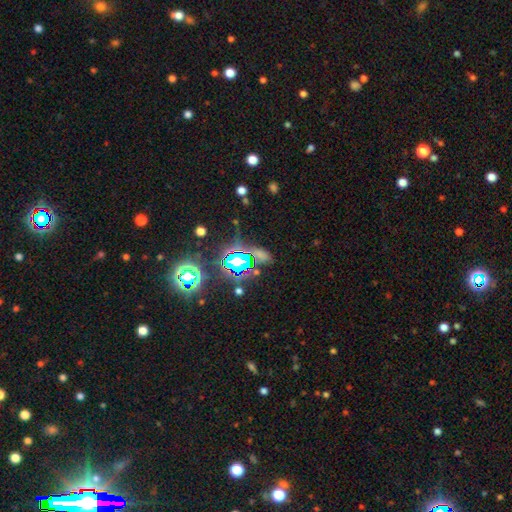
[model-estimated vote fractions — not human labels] This is possibly a star or artifact rather than a galaxy (57%).